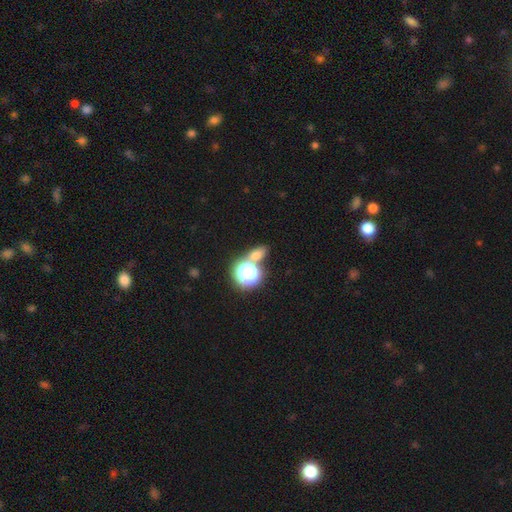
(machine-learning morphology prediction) Smooth or featured?
  - smooth: 60% *
  - star or artifact: 30%
  - featured or disk: 10%
How rounded?
  - in between: 53% *
  - round: 42%
  - cigar-shaped: 5%
Merging?
  - none: 61% *
  - merger: 23%
  - minor disturbance: 10%
  - major disturbance: 5%